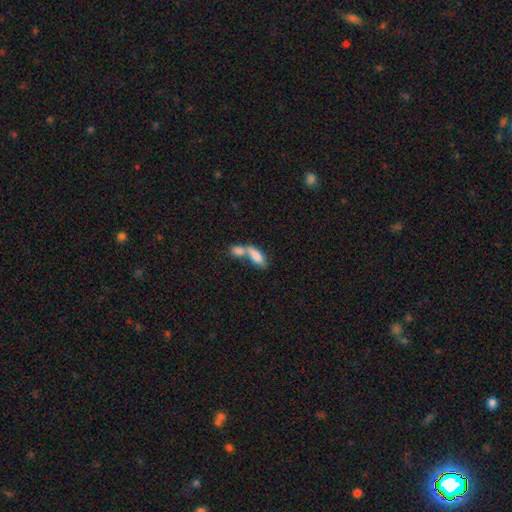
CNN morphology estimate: type=smooth (78%); roundness=in between (75%); merging=merger (71%).